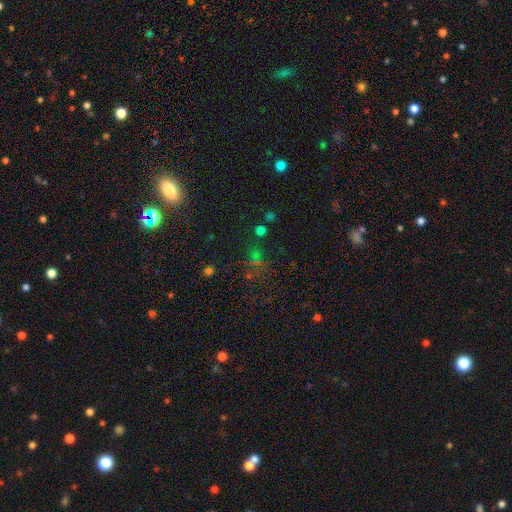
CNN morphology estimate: Smooth or featured: star or artifact — 52% (smooth — 37%)